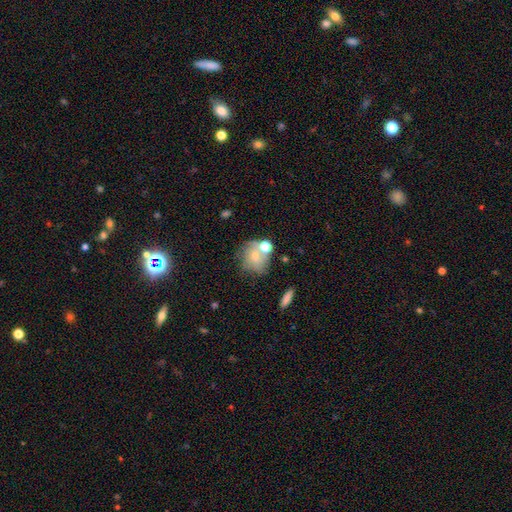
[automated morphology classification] Overall: smooth (61%; featured or disk 29%). How rounded: round (68%; in between 31%). Merging: none (42%; merger 30%).